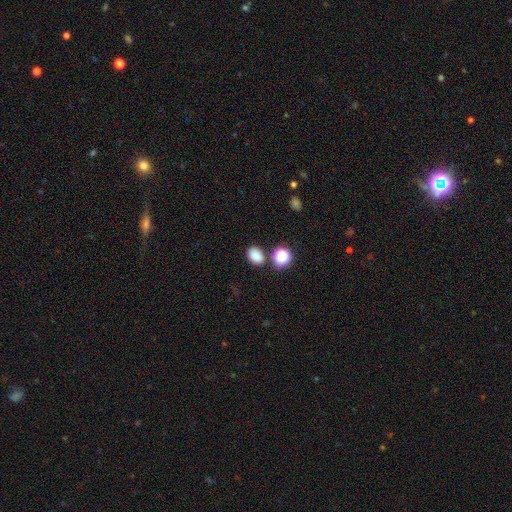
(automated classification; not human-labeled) Q: Smooth or featured?
A: smooth (83%); runner-up: star or artifact (13%)
Q: How rounded?
A: in between (68%); runner-up: round (31%)
Q: Merging?
A: none (79%); runner-up: minor disturbance (10%)